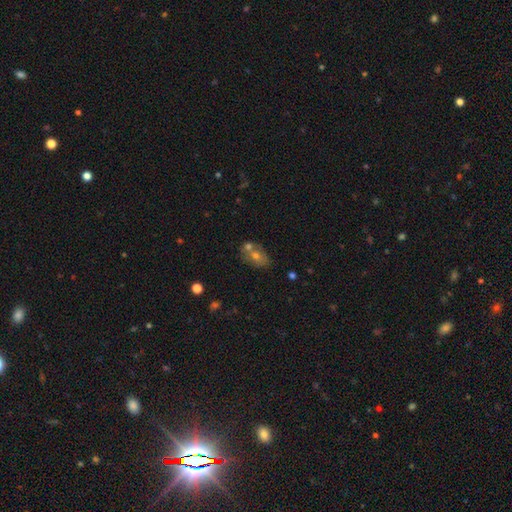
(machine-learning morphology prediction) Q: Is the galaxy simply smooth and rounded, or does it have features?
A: smooth — 55%.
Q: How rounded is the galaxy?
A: in between — 71%.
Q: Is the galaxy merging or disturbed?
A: none — 49%.